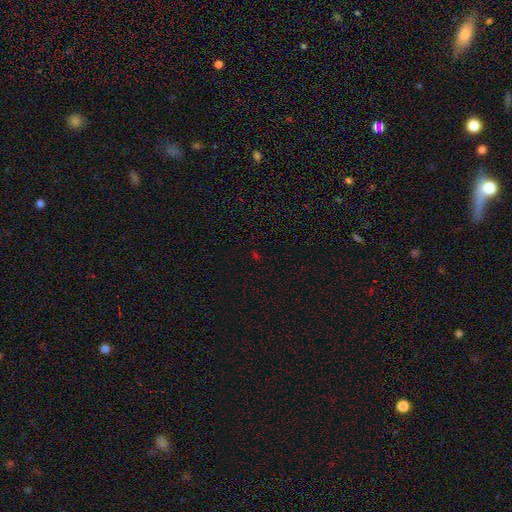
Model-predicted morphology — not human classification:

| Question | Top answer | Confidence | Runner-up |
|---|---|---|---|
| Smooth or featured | star or artifact | 64% | smooth (28%) |